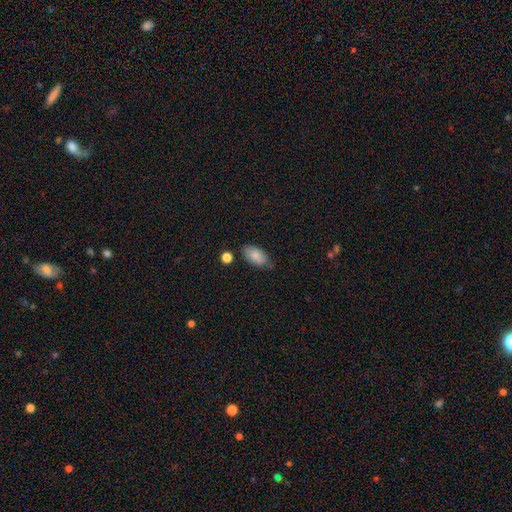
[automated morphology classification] Q: Smooth or featured?
A: smooth (84%); runner-up: featured or disk (9%)
Q: How rounded?
A: in between (92%); runner-up: cigar-shaped (4%)
Q: Merging?
A: none (70%); runner-up: minor disturbance (22%)